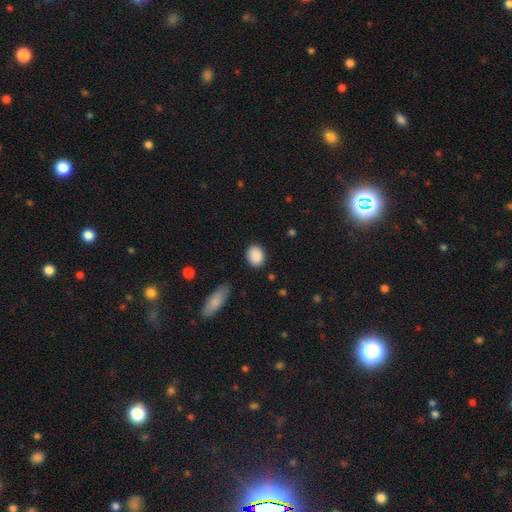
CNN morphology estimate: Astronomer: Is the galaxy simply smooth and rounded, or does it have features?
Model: smooth — 89%.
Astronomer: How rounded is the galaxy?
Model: in between — 53% (runner-up: round, 46%).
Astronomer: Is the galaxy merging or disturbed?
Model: none — 85%.